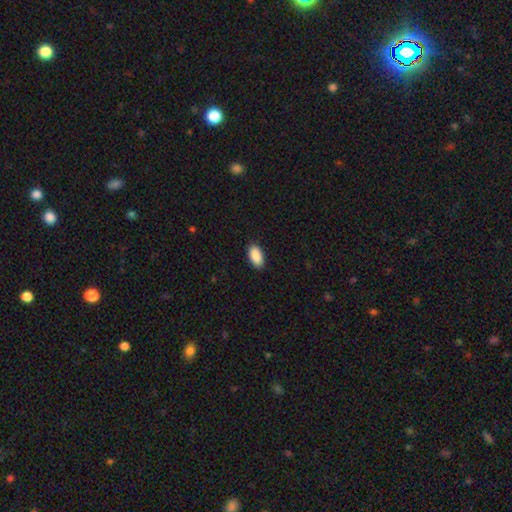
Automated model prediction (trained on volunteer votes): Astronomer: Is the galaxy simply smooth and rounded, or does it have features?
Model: smooth — 91%.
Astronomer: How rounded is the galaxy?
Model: in between — 95%.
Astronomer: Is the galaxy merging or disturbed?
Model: none — 89%.